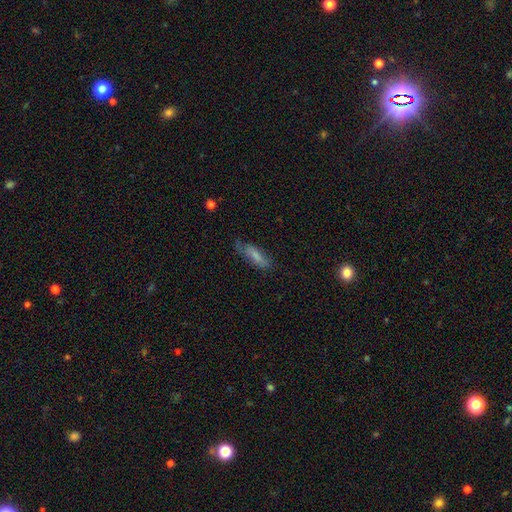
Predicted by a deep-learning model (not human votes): Smooth or featured? smooth (71%)
How rounded? cigar-shaped (53%)
Merging? none (61%)